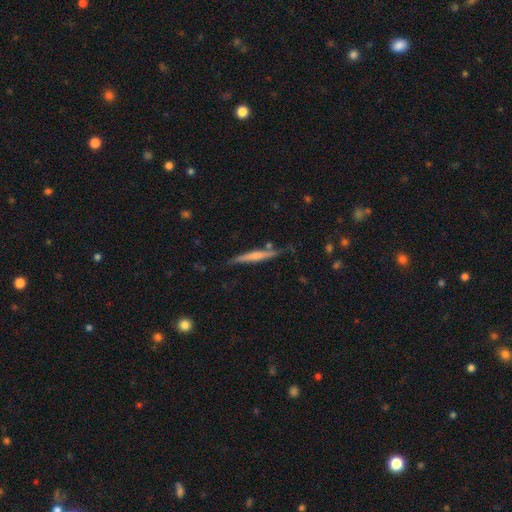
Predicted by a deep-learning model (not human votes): The model was most divided on "edge-on bulge": rounded: 46%, none: 41%, boxy: 14%. More confident: edge-on disk — yes (96%); merging — none (76%); smooth or featured — featured or disk (52%).